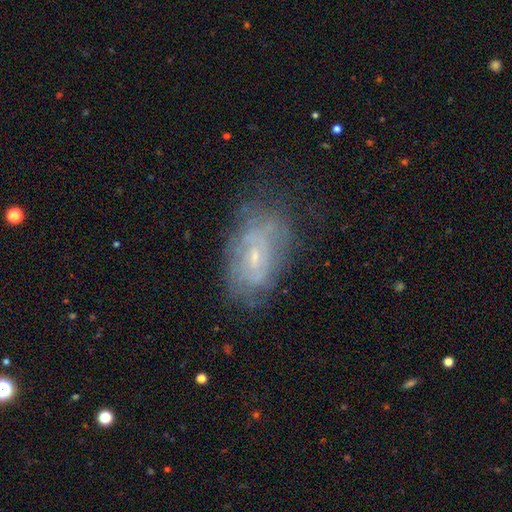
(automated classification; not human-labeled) Morphology: type=featured or disk (61%); edge-on=no (94%); bar=no (55%); spiral arms=yes (57%); bulge=small (71%); merging=none (62%).